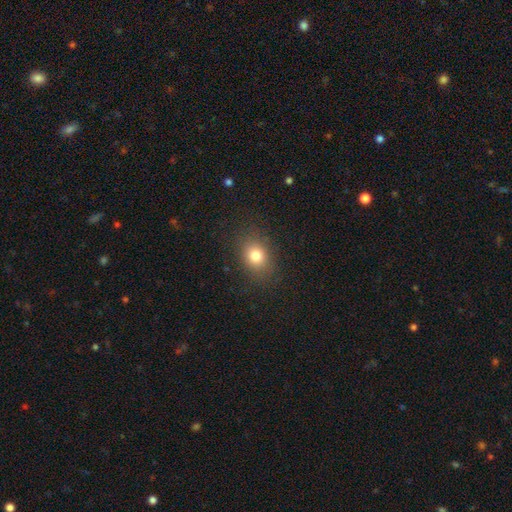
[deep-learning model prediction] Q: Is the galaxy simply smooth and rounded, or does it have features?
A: smooth — 79%.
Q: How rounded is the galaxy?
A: in between — 53%.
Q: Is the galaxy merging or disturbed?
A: none — 85%.